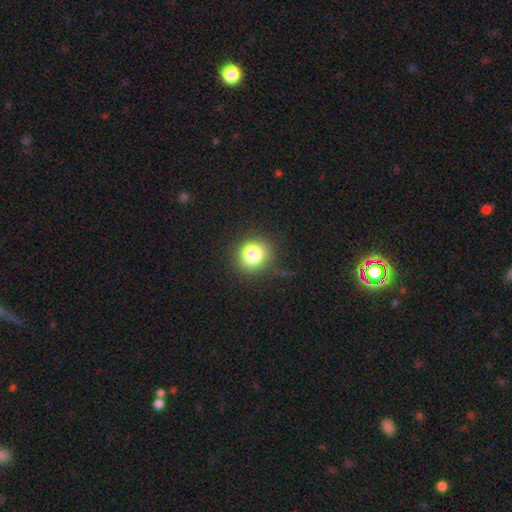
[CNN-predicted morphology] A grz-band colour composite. It shows a smooth galaxy with no disk features (76%) that is round (77%). Merging: none (77%).